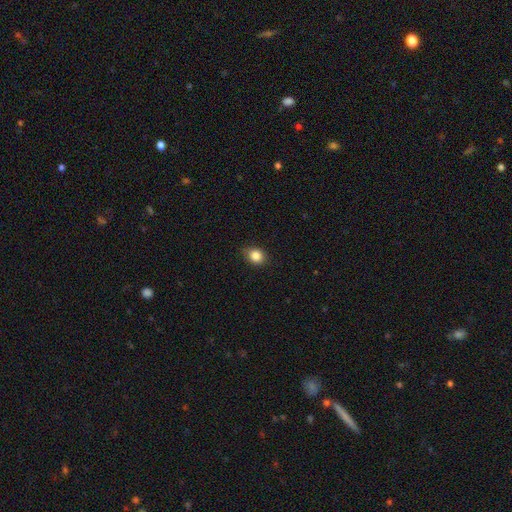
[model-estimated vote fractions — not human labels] Morphology: type=smooth (85%); roundness=round (59%); merging=none (80%).